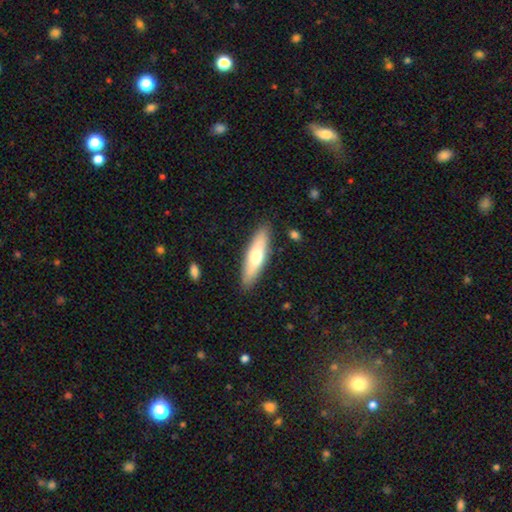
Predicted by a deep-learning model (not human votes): A smooth galaxy with no disk features (61%) that is cigar-shaped (65%). Merging: none (88%).